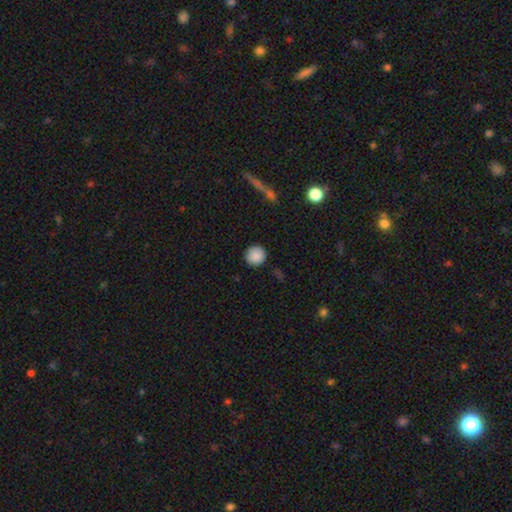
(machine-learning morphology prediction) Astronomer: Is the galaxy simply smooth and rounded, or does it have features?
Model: smooth — 89%.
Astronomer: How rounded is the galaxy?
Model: round — 94%.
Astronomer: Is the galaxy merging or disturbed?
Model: none — 89%.